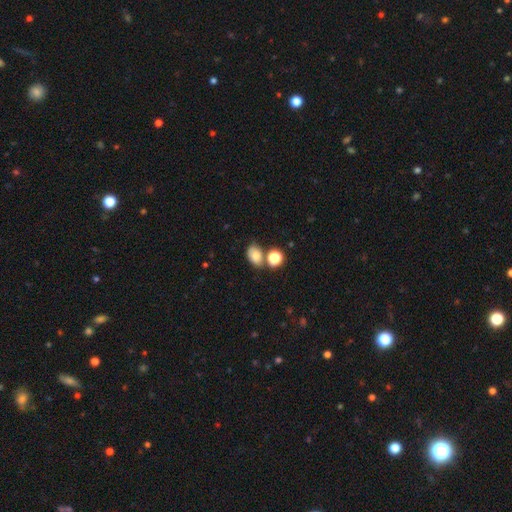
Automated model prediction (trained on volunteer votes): The model was most divided on "merging": none: 57%, merger: 22%, minor disturbance: 16%, major disturbance: 5%. More confident: smooth or featured — smooth (77%); how rounded — in between (74%).